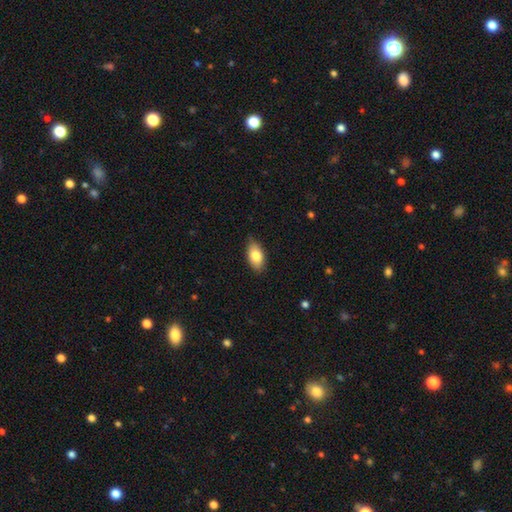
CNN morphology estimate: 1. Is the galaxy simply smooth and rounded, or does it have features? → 80% smooth, 13% featured or disk, 7% star or artifact.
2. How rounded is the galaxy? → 91% in between, 5% round, 4% cigar-shaped.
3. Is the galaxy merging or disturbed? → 82% none, 15% minor disturbance, 2% major disturbance, 1% merger.